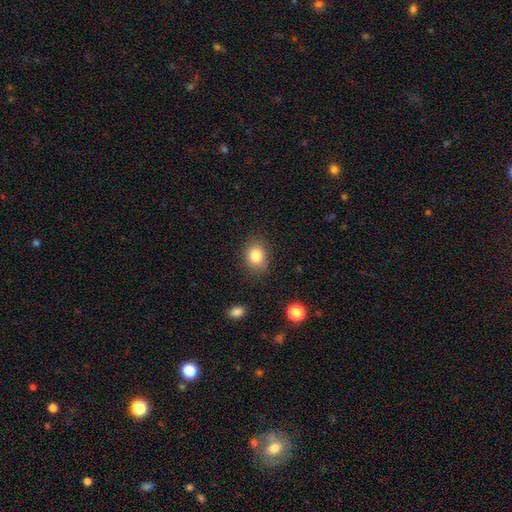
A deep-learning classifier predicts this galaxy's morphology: Smooth or featured: smooth — 83% (star or artifact — 10%)
How rounded: in between — 51% (round — 48%)
Merging: none — 81% (minor disturbance — 13%)